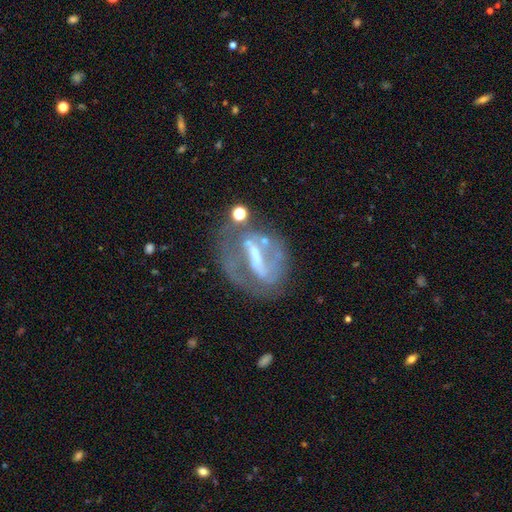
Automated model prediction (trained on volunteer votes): smooth_or_featured: featured or disk (p=0.74) [alt: smooth p=0.15]
disk_edge_on: no (p=0.90) [alt: yes p=0.10]
bar: strong (p=0.63) [alt: weak p=0.24]
has_spiral_arms: yes (p=0.56) [alt: no p=0.44]
bulge_size: small (p=0.34) [alt: moderate p=0.33]
merging: none (p=0.49) [alt: major disturbance p=0.21]